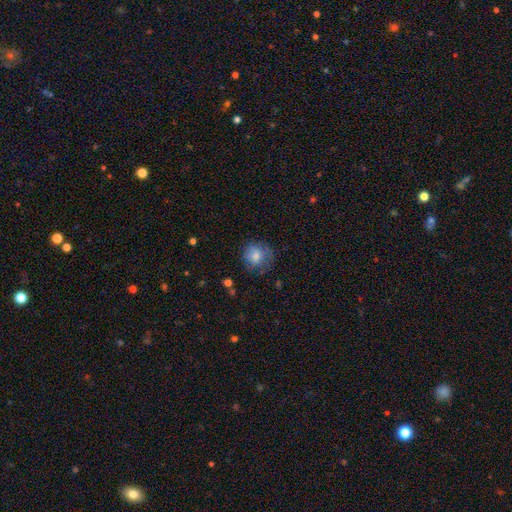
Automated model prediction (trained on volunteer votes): A smooth galaxy with no disk features (78%) that is round (84%). Merging: none (65%).